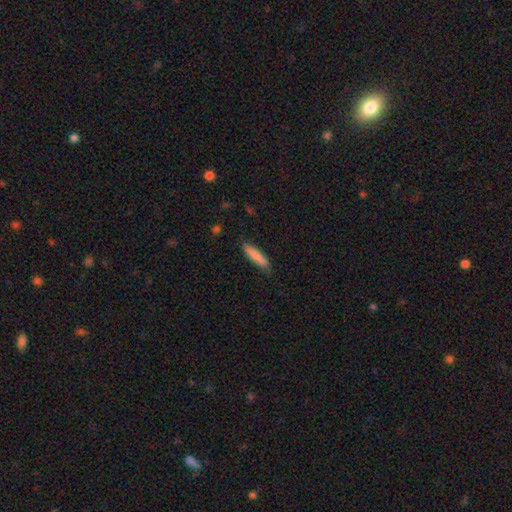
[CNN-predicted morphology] Smooth or featured?
  - smooth: 83% *
  - featured or disk: 11%
  - star or artifact: 6%
How rounded?
  - cigar-shaped: 82% *
  - in between: 17%
  - round: 1%
Merging?
  - none: 81% *
  - minor disturbance: 15%
  - major disturbance: 3%
  - merger: 1%